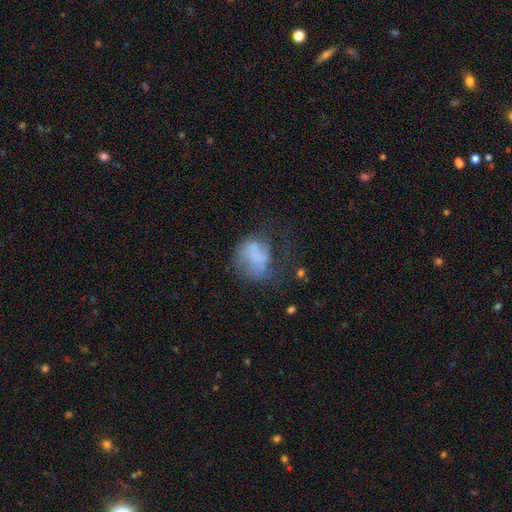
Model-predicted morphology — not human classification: smooth_or_featured: smooth (p=0.54) [alt: featured or disk p=0.34]
how_rounded: in between (p=0.50) [alt: round p=0.49]
merging: major disturbance (p=0.45) [alt: none p=0.27]